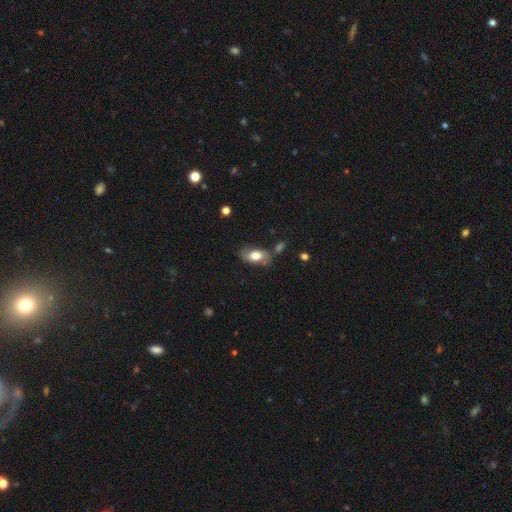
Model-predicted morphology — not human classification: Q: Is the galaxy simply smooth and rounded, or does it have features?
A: smooth — 67%.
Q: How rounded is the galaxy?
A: in between — 89%.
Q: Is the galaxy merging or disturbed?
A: none — 65%.